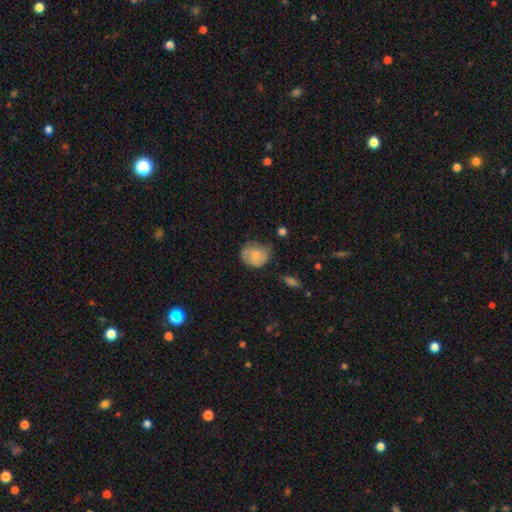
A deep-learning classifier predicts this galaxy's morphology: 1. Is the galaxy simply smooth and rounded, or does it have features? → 57% smooth, 36% featured or disk, 7% star or artifact.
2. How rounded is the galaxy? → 66% round, 33% in between, 1% cigar-shaped.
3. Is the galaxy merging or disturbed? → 56% none, 31% minor disturbance, 11% major disturbance, 2% merger.